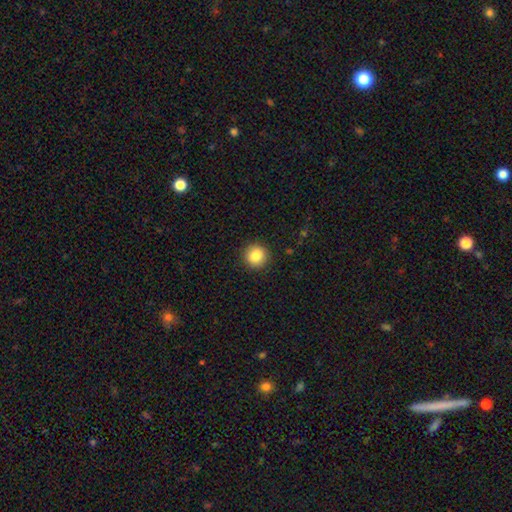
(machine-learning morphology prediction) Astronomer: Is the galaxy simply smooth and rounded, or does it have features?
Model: smooth — 85%.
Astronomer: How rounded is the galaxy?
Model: round — 94%.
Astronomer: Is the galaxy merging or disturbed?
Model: none — 92%.